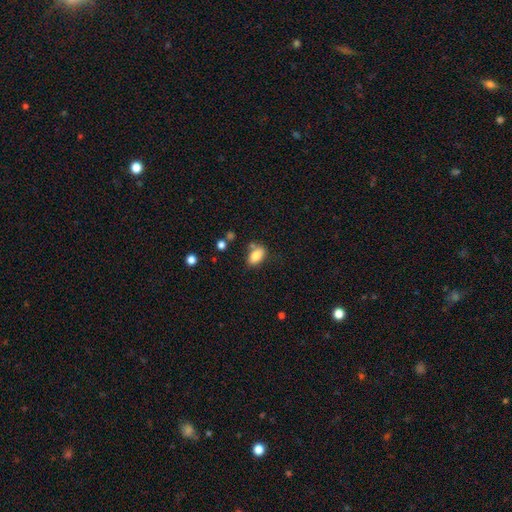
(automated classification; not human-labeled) Morphology: type=smooth (82%); roundness=in between (88%); merging=none (68%).